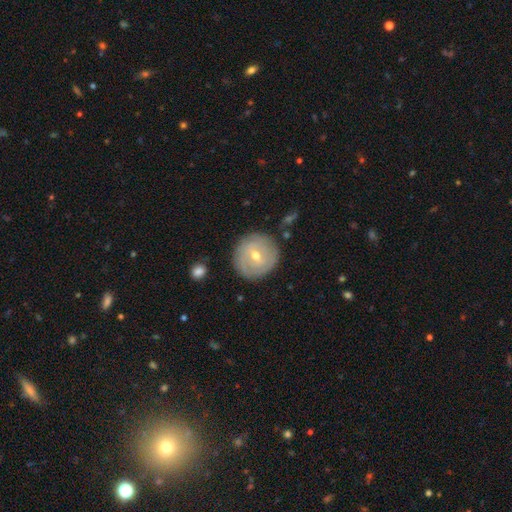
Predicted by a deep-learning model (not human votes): smooth_or_featured: featured or disk (p=0.58) [alt: smooth p=0.35]
disk_edge_on: no (p=0.96) [alt: yes p=0.04]
bar: weak (p=0.46) [alt: no p=0.44]
has_spiral_arms: yes (p=0.71) [alt: no p=0.29]
bulge_size: moderate (p=0.51) [alt: small p=0.46]
merging: none (p=0.85) [alt: minor disturbance p=0.11]